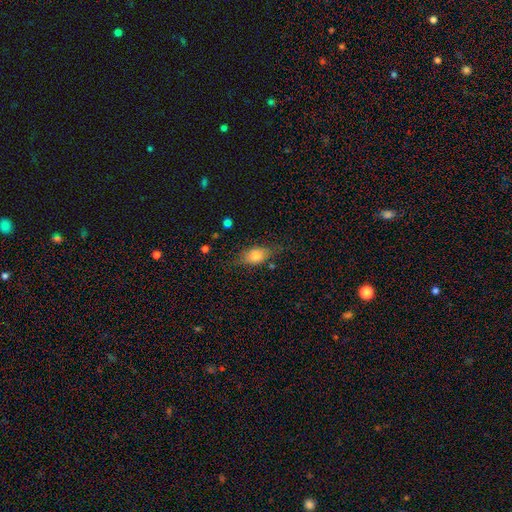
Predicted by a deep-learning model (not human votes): This is likely a smooth galaxy (70%). How rounded: likely in between (73%). Merging: likely none (69%).